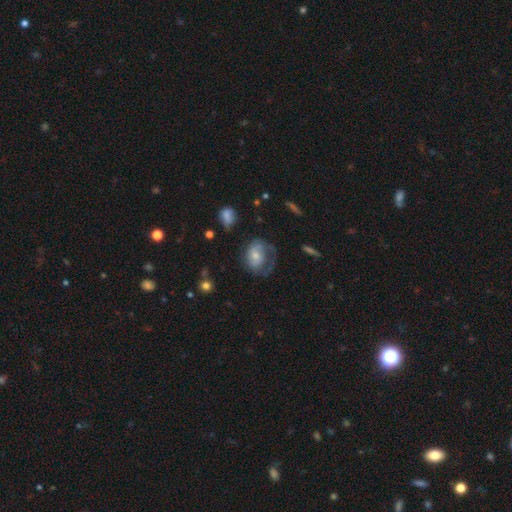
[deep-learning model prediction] Smooth or featured?
  - featured or disk: 58% *
  - smooth: 35%
  - star or artifact: 8%
Edge-on disk?
  - no: 97% *
  - yes: 3%
Bar?
  - no: 70% *
  - weak: 25%
  - strong: 5%
Spiral arms?
  - yes: 73% *
  - no: 27%
Bulge size?
  - small: 47% *
  - moderate: 39%
  - large: 6%
  - none: 5%
  - dominant: 2%
Merging?
  - major disturbance: 37% * (tied)
  - none: 37% * (tied)
  - minor disturbance: 23%
  - merger: 2%